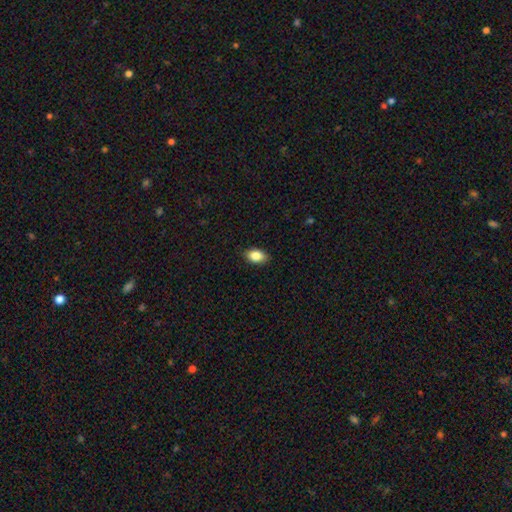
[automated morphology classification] This is clearly a smooth galaxy (85%). How rounded: clearly in between (88%). Merging: clearly none (87%).